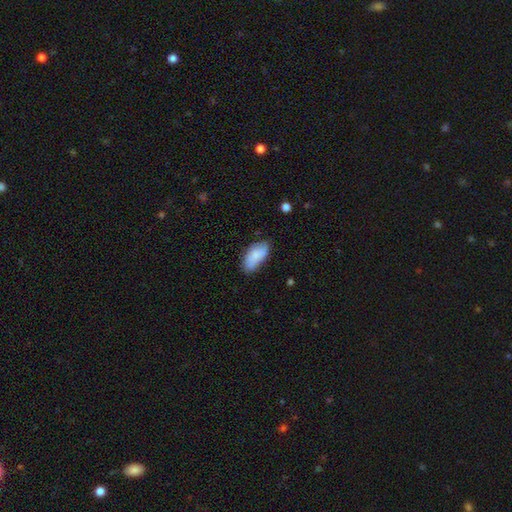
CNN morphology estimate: Overall: smooth (82%). How rounded: in between (92%). Merging: none (66%).